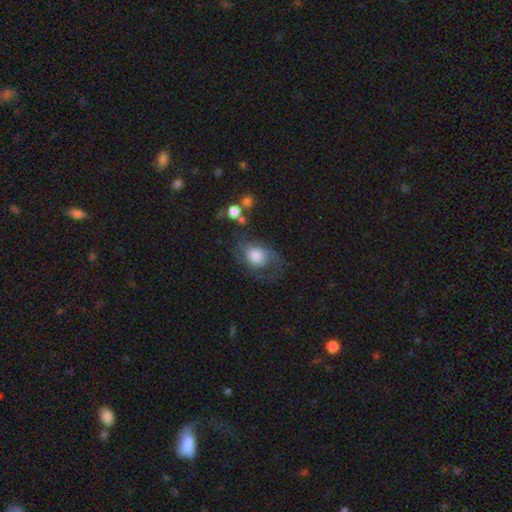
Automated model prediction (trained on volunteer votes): Morphology: type=smooth (54%); roundness=in between (55%); merging=none (39%).